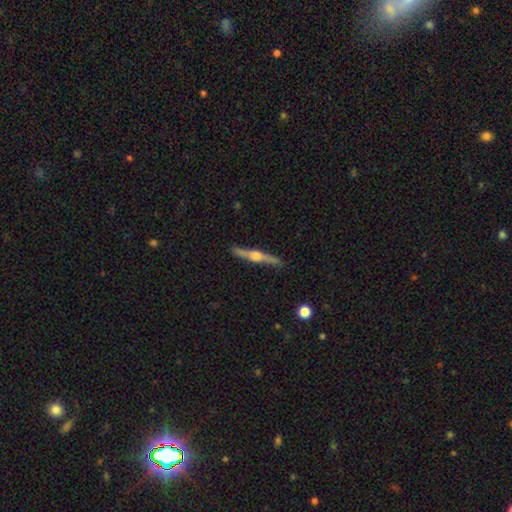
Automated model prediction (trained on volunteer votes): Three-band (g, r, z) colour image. It shows a featured or disk galaxy (76%) viewed edge-on (97%) with a rounded central bulge (90%). Merging: none (89%).